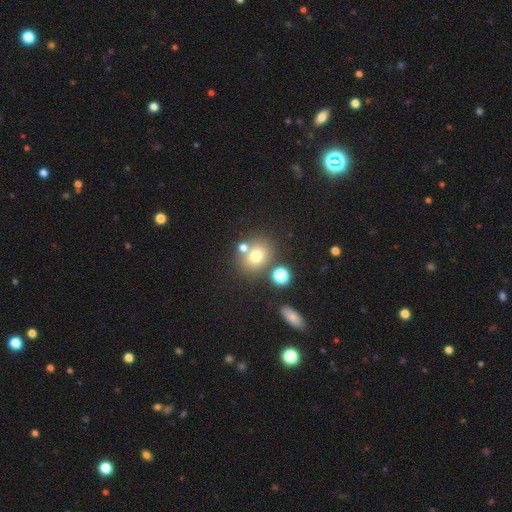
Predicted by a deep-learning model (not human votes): Smooth or featured? Predicted: smooth (p=0.71). How rounded? Predicted: round (p=0.67). Merging? Predicted: none (p=0.66).